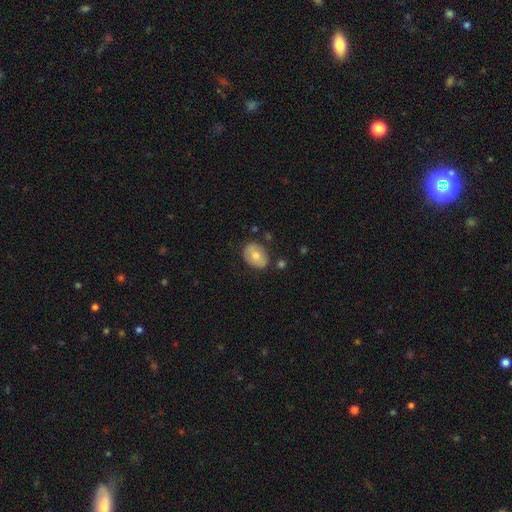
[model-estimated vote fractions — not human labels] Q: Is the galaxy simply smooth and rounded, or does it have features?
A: smooth — 68%.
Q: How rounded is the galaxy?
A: in between — 70%.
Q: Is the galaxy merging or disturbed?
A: none — 75%.